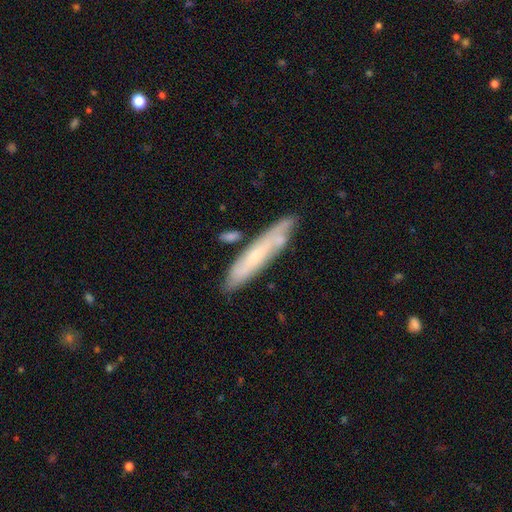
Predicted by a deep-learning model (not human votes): A featured or disk galaxy (51%) viewed edge-on (58%). Merging: none (72%).